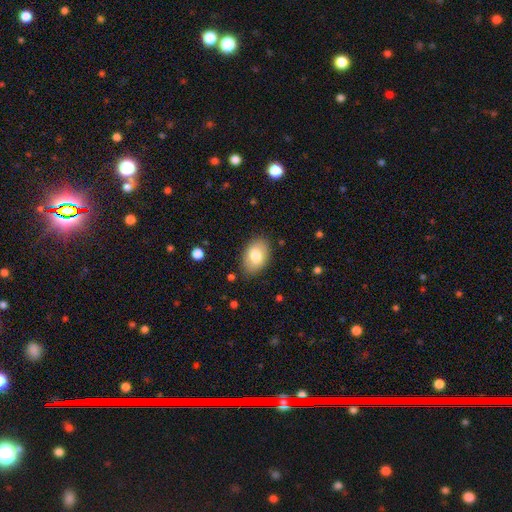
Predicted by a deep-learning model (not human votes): This is likely a smooth galaxy (79%). How rounded: clearly in between (86%). Merging: clearly none (84%).